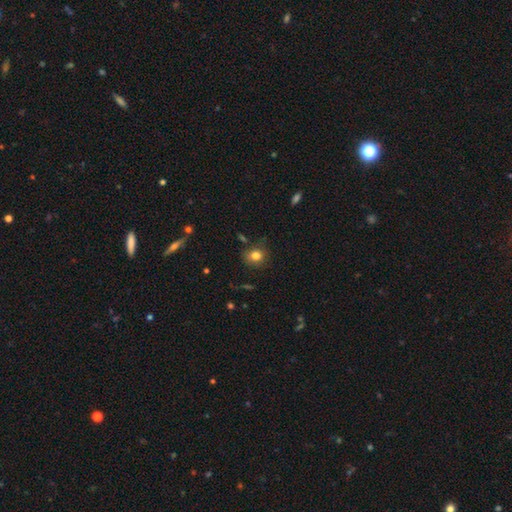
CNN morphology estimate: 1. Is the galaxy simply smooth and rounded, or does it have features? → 80% smooth, 12% star or artifact, 8% featured or disk.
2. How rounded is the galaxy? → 73% round, 26% in between, 1% cigar-shaped.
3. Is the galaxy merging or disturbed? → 78% none, 15% minor disturbance, 4% major disturbance, 3% merger.